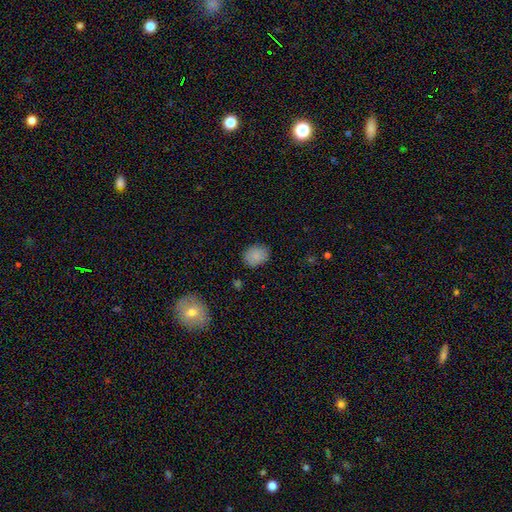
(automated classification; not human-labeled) Q: Smooth or featured?
A: smooth (86%); runner-up: star or artifact (8%)
Q: How rounded?
A: in between (55%); runner-up: round (44%)
Q: Merging?
A: none (85%); runner-up: minor disturbance (11%)